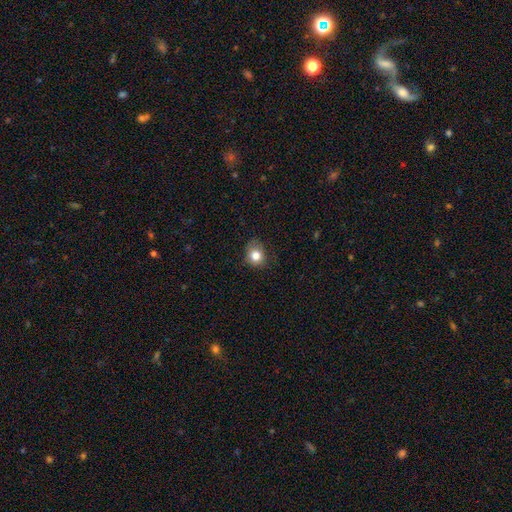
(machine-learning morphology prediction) Smooth or featured: smooth — 80% (star or artifact — 11%)
How rounded: round — 62% (in between — 37%)
Merging: none — 67% (minor disturbance — 25%)